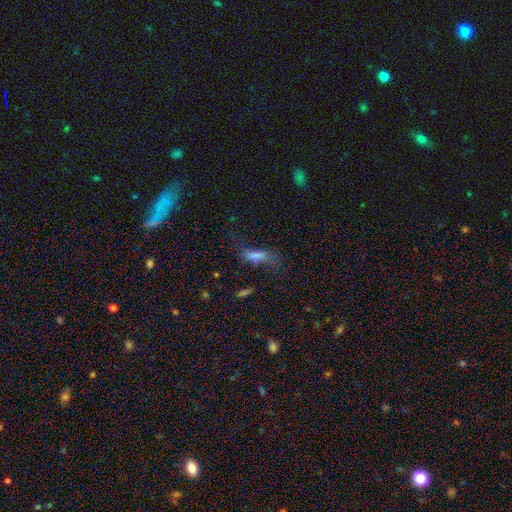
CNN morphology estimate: smooth-or-featured: smooth: 56% | featured or disk: 26% | star or artifact: 18%
  how-rounded: cigar-shaped: 56% | in between: 41% | round: 4%
  merging: none: 41% | major disturbance: 30% | minor disturbance: 24% | merger: 5%